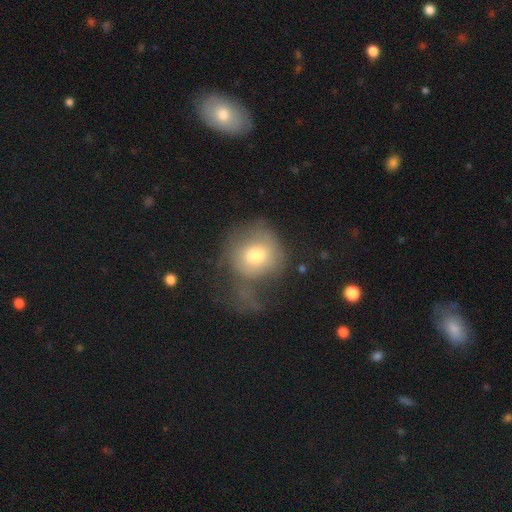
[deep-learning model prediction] Q: Smooth or featured?
A: smooth (66%); runner-up: featured or disk (24%)
Q: How rounded?
A: round (81%); runner-up: in between (18%)
Q: Merging?
A: major disturbance (41%); runner-up: none (30%)